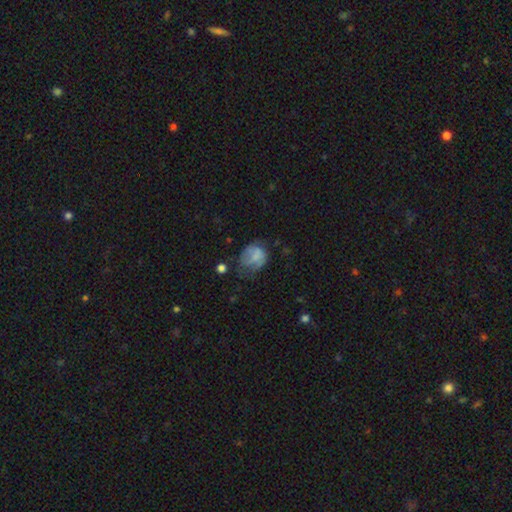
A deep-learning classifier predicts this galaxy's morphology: This appears to be a smooth galaxy with no disk features (61%) that is round (53%). Merging: none (36%).